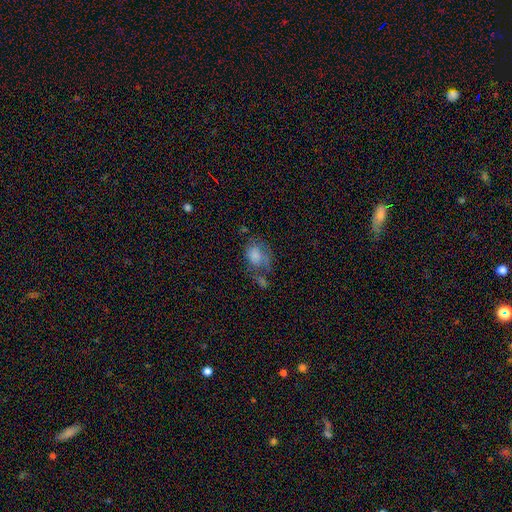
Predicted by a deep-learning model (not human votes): smooth-or-featured: smooth: 68% | featured or disk: 22% | star or artifact: 10%
  how-rounded: in between: 68% | round: 31% | cigar-shaped: 1%
  merging: none: 29% (tied) | major disturbance: 29% (tied) | minor disturbance: 25% | merger: 17%